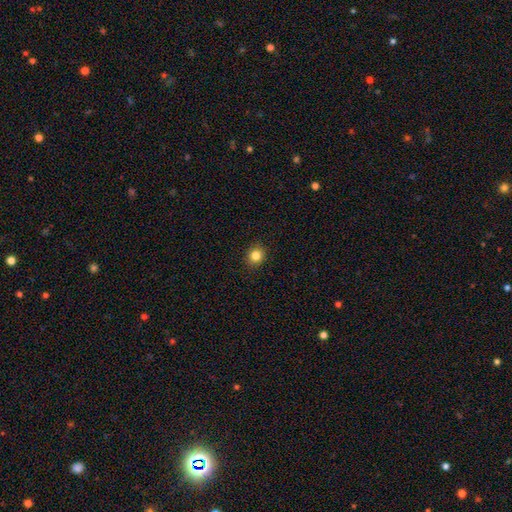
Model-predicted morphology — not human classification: A smooth galaxy with no disk features (83%) that is round (78%).

Vote fractions:
- Smooth or featured? smooth: 83% / star or artifact: 11% / featured or disk: 5%
- How rounded? round: 78% / in between: 21% / cigar-shaped: 1%
- Merging? none: 91% / minor disturbance: 6% / major disturbance: 2% / merger: 1%